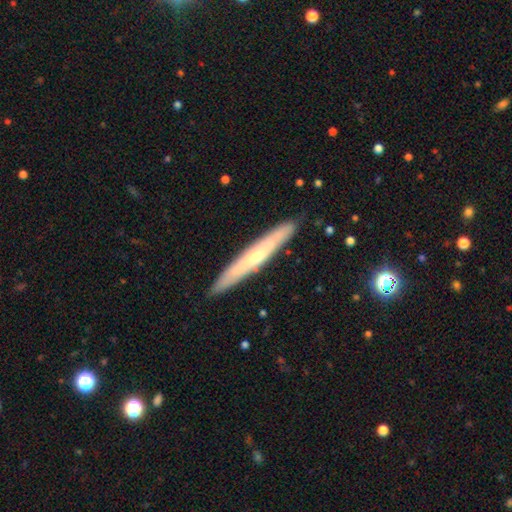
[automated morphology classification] Smooth or featured? featured or disk (50%)
Merging? none (90%)